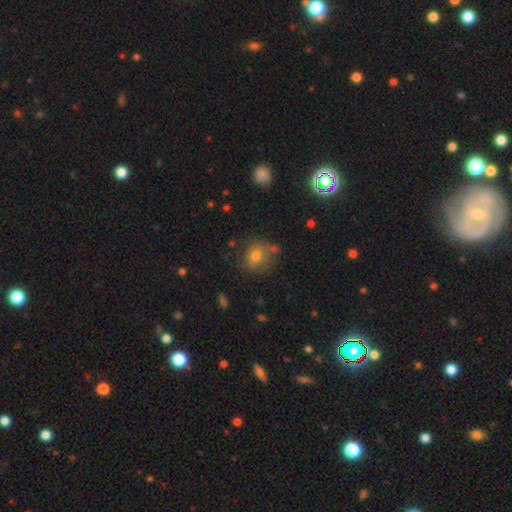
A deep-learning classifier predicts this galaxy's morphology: Smooth or featured? smooth (70%)
How rounded? round (68%)
Merging? none (62%)